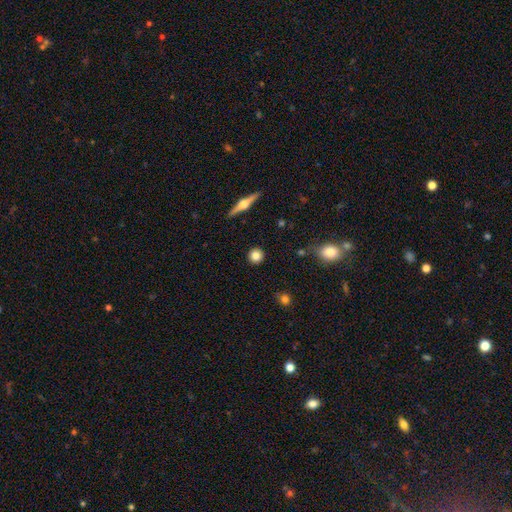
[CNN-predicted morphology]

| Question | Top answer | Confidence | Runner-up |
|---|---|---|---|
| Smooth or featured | smooth | 81% | featured or disk (11%) |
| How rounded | round | 94% | in between (5%) |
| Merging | none | 92% | minor disturbance (5%) |